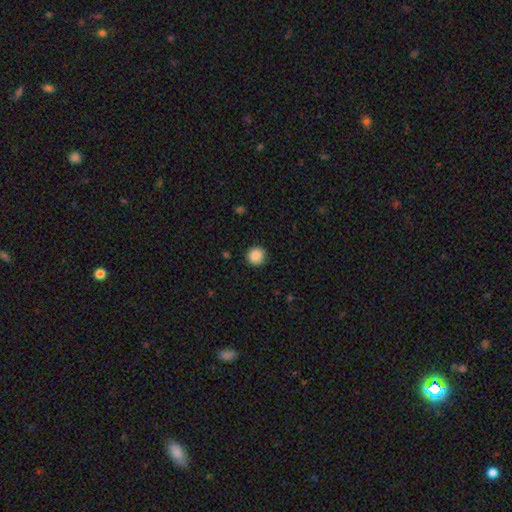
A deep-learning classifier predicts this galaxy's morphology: This appears to be a smooth galaxy with no disk features (88%) that is round (91%). Merging: none (90%).